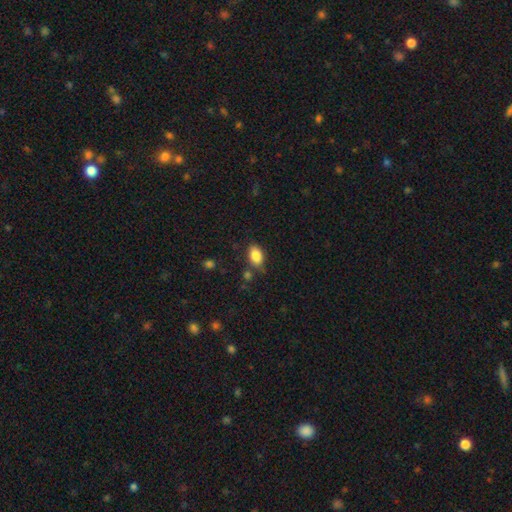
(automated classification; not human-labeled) A smooth galaxy with no disk features (85%) that is in between round and cigar-shaped (89%). Merging: none (72%).